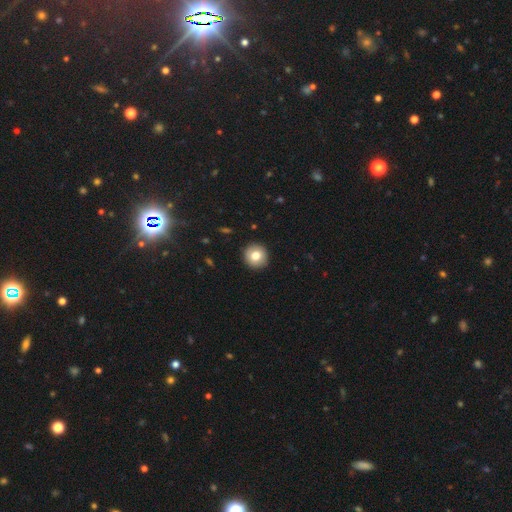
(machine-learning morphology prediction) Smooth or featured? smooth (79%)
How rounded? round (94%)
Merging? none (92%)